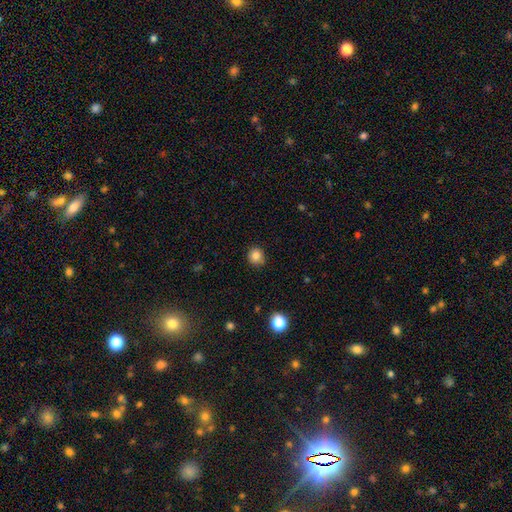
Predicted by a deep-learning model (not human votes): Smooth or featured?
  - smooth: 83% *
  - star or artifact: 11%
  - featured or disk: 5%
How rounded?
  - round: 85% *
  - in between: 14%
  - cigar-shaped: 1%
Merging?
  - none: 83% *
  - minor disturbance: 13%
  - major disturbance: 2%
  - merger: 1%